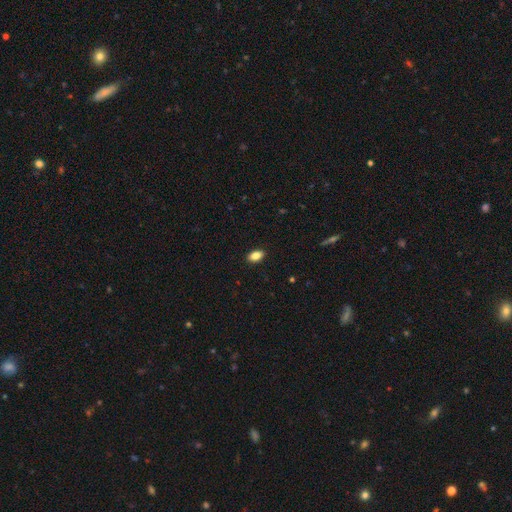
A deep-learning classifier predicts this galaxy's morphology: This appears to be a smooth galaxy with no disk features (87%) that is in between round and cigar-shaped (91%). Merging: none (90%).